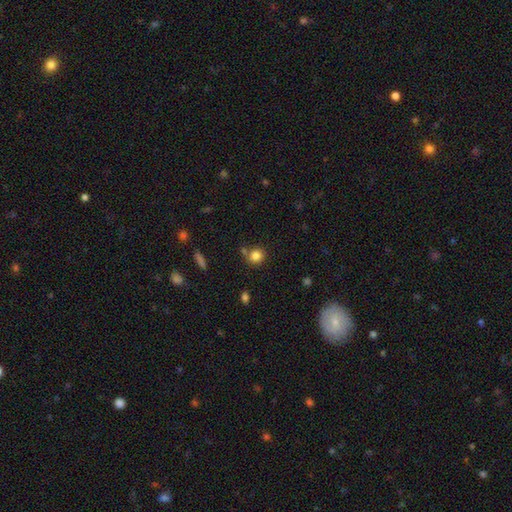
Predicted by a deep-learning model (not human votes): smooth-or-featured: smooth: 83% | star or artifact: 11% | featured or disk: 6%
  how-rounded: round: 87% | in between: 12% | cigar-shaped: 1%
  merging: none: 72% | merger: 13% | minor disturbance: 11% | major disturbance: 4%